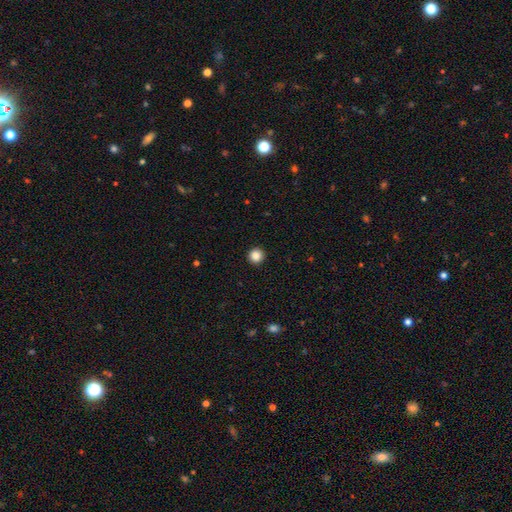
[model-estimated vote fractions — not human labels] smooth_or_featured: smooth (p=0.87) [alt: star or artifact p=0.10]
how_rounded: round (p=0.95) [alt: in between p=0.04]
merging: none (p=0.93) [alt: minor disturbance p=0.04]